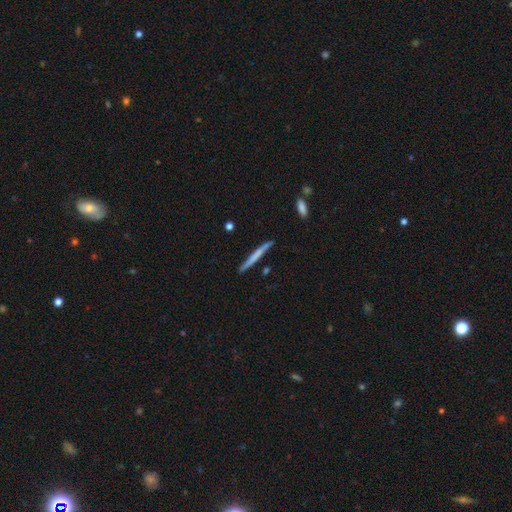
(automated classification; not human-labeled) Q: Smooth or featured?
A: smooth (55%); runner-up: featured or disk (40%)
Q: How rounded?
A: cigar-shaped (97%); runner-up: in between (2%)
Q: Merging?
A: none (87%); runner-up: minor disturbance (9%)